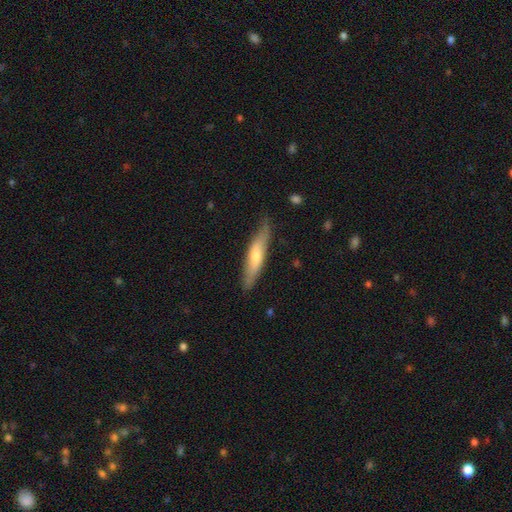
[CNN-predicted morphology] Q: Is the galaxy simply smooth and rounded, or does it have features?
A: smooth — 55%.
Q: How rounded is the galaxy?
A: cigar-shaped — 80%.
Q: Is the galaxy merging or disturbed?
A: none — 78%.